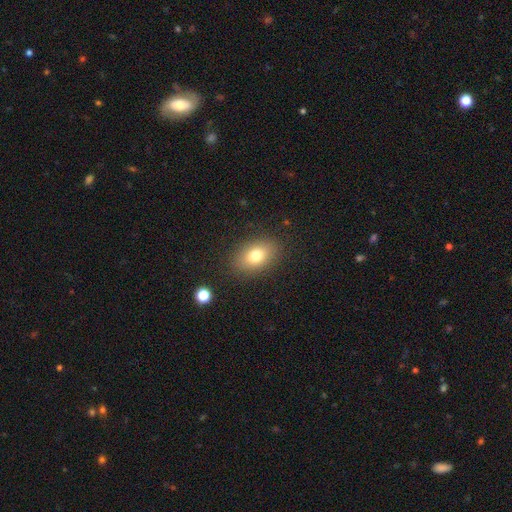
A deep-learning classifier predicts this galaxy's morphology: This is likely a smooth galaxy (76%). How rounded: clearly in between (82%). Merging: clearly none (85%).